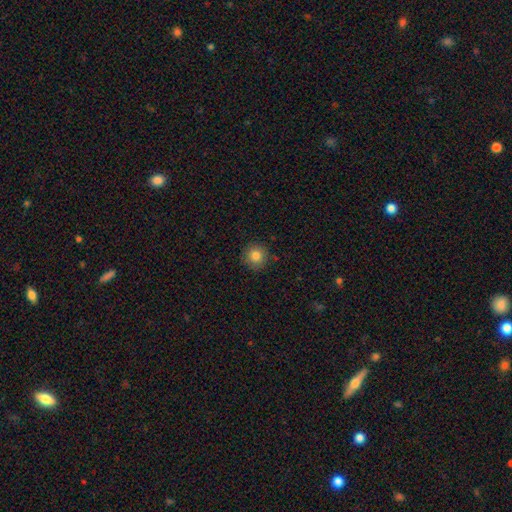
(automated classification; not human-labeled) Morphology: type=smooth (82%); roundness=round (94%); merging=none (90%).